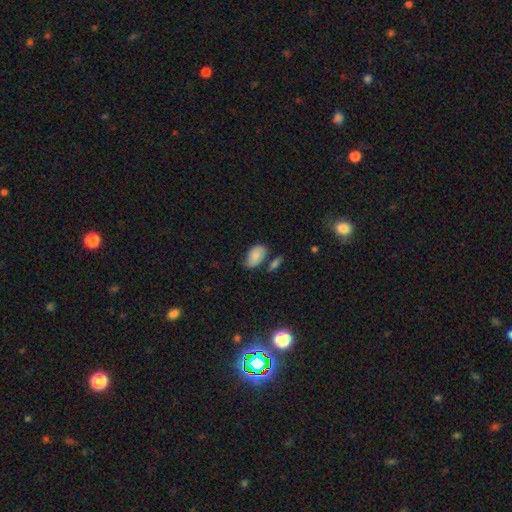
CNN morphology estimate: Q: Smooth or featured?
A: smooth (79%); runner-up: featured or disk (14%)
Q: How rounded?
A: in between (92%); runner-up: round (6%)
Q: Merging?
A: none (58%); runner-up: minor disturbance (23%)